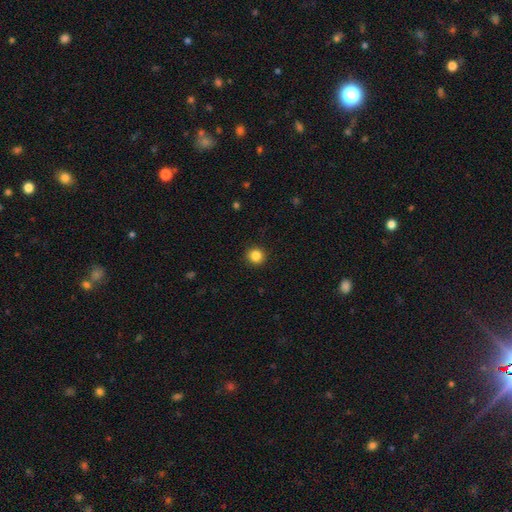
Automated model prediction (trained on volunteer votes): This appears to be a smooth galaxy with no disk features (85%) that is round (95%). Merging: none (93%).